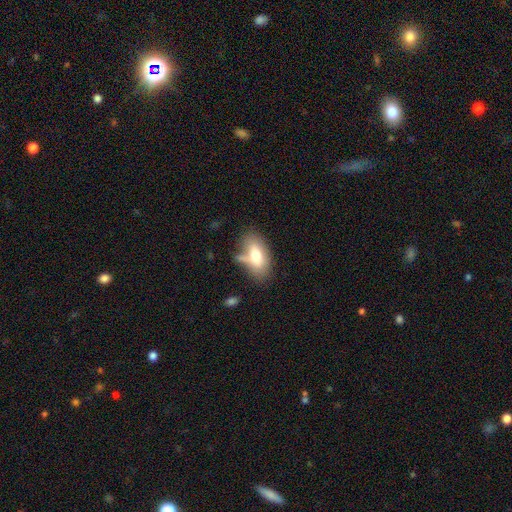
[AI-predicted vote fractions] smooth-or-featured: smooth: 69% | featured or disk: 23% | star or artifact: 8%
  how-rounded: in between: 89% | cigar-shaped: 6% | round: 5%
  merging: none: 52% | minor disturbance: 23% | merger: 15% | major disturbance: 11%